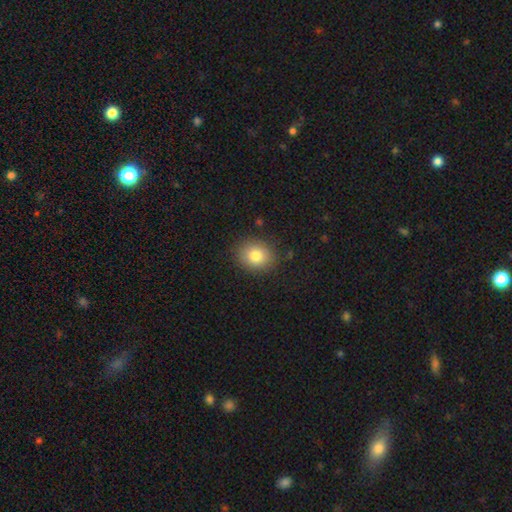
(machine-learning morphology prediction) Smooth or featured? Predicted: smooth (p=0.81). How rounded? Predicted: round (p=0.68). Merging? Predicted: none (p=0.86).